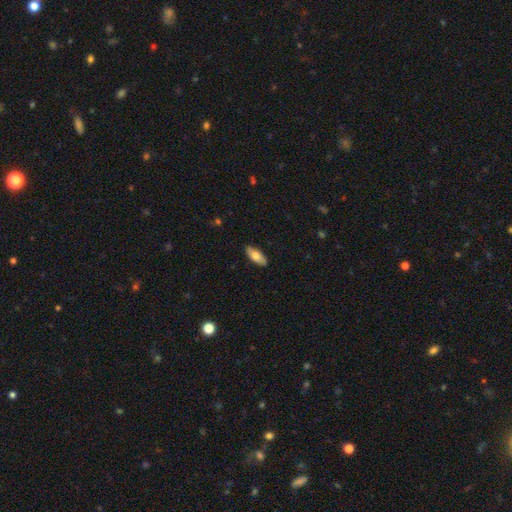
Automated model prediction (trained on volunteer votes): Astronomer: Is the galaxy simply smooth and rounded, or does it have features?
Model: smooth — 70%.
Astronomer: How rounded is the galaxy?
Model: in between — 77%.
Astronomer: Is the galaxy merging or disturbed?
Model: none — 88%.